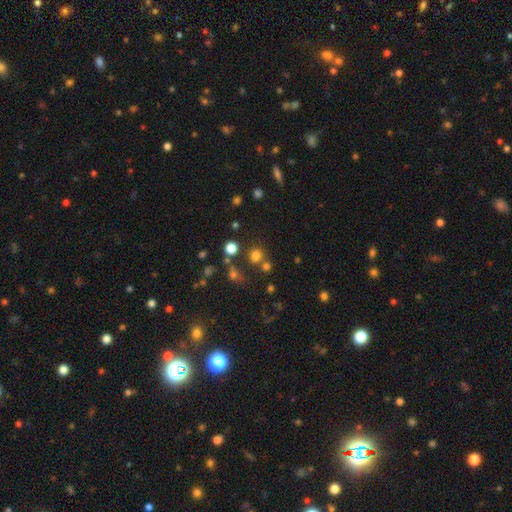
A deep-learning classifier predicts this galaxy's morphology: Smooth or featured: smooth — 71% (star or artifact — 22%)
How rounded: round — 85% (in between — 14%)
Merging: none — 69% (merger — 18%)